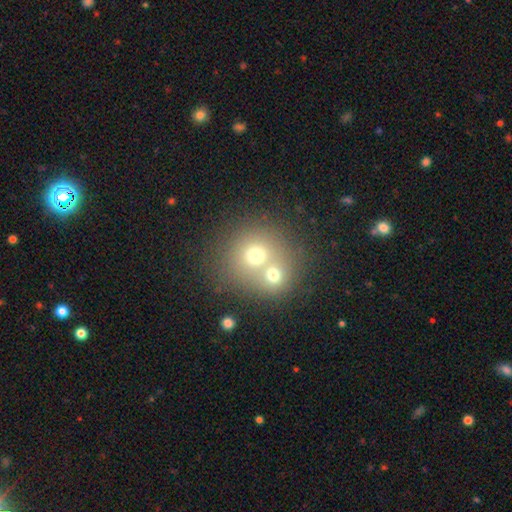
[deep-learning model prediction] smooth_or_featured: smooth (p=0.67) [alt: featured or disk p=0.19]
how_rounded: round (p=0.83) [alt: in between p=0.16]
merging: merger (p=0.58) [alt: none p=0.34]